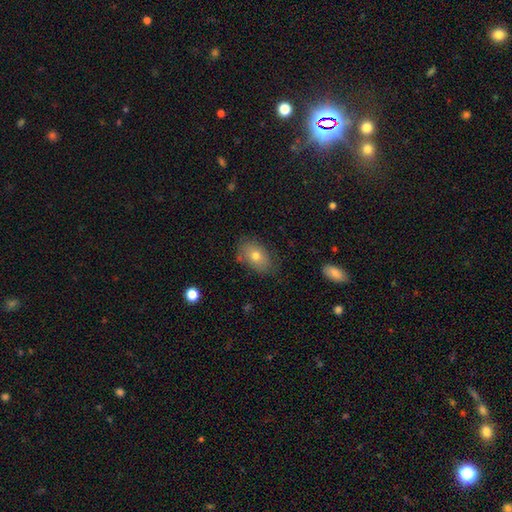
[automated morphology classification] Smooth or featured? Predicted: smooth (p=0.72). How rounded? Predicted: in between (p=0.85). Merging? Predicted: none (p=0.73).